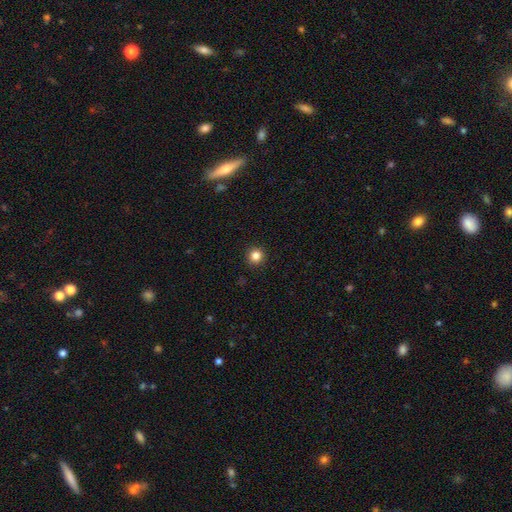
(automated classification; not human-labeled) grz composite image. It shows a smooth galaxy with no disk features (84%) that is round (94%). Merging: none (93%).